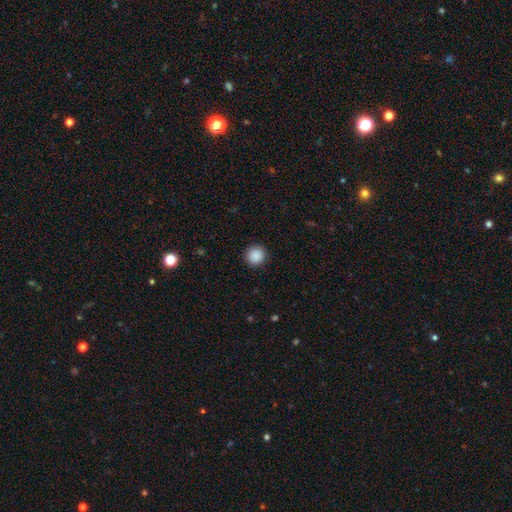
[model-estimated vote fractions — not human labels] Smooth or featured: smooth — 89% (star or artifact — 9%)
How rounded: round — 94% (in between — 5%)
Merging: none — 92% (minor disturbance — 5%)